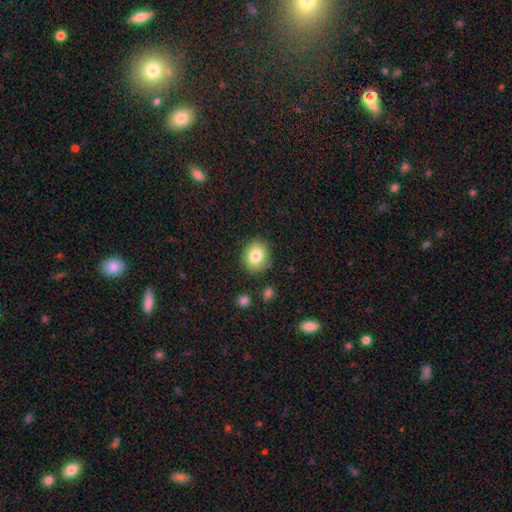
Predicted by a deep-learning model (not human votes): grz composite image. It shows a smooth galaxy with no disk features (80%) that is round (67%). Merging: none (84%).